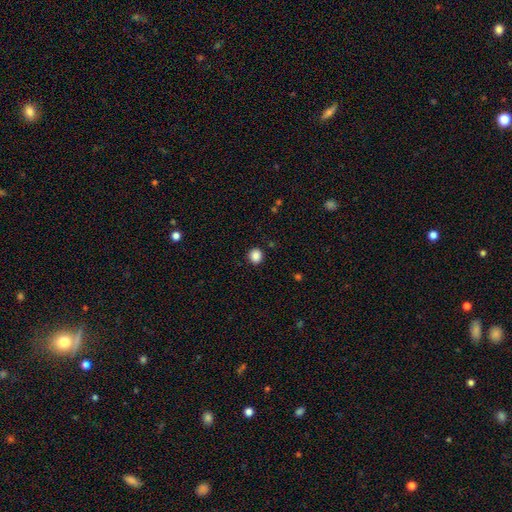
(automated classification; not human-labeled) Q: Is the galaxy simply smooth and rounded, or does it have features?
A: smooth — 87%.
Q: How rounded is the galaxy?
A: round — 87%.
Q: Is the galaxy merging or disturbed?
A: none — 91%.